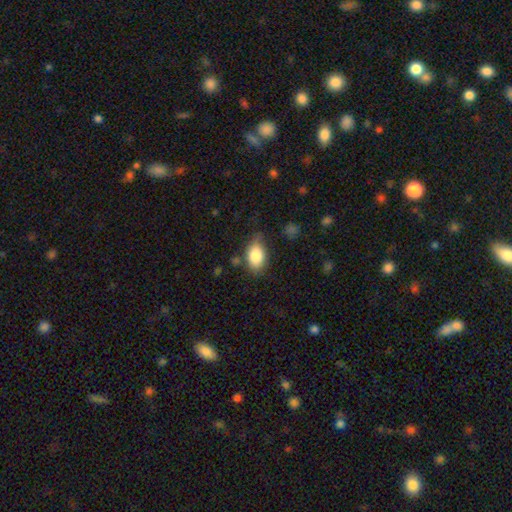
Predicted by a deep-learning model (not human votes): Smooth or featured? Predicted: smooth (p=0.84). How rounded? Predicted: in between (p=0.89). Merging? Predicted: none (p=0.65).